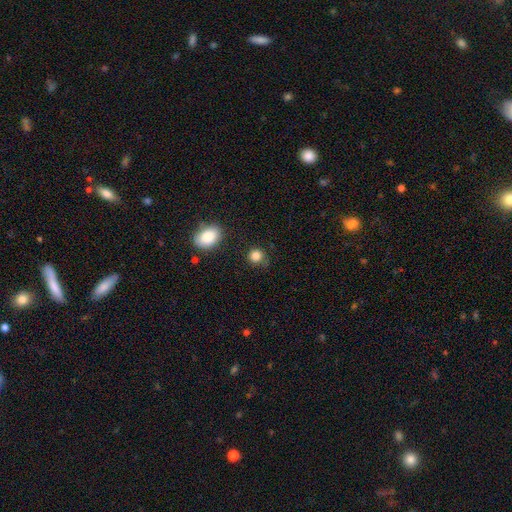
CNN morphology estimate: A smooth galaxy with no disk features (85%) that is round (85%). Merging: none (70%).